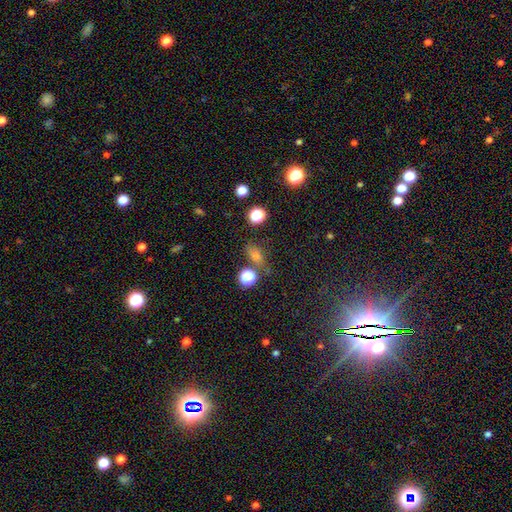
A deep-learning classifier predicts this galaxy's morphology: smooth_or_featured: smooth (p=0.66) [alt: star or artifact p=0.26]
how_rounded: in between (p=0.67) [alt: round p=0.28]
merging: none (p=0.62) [alt: minor disturbance p=0.19]